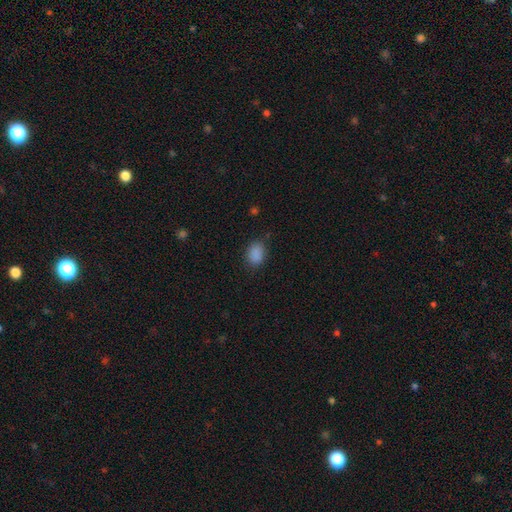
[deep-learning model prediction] Morphology: type=smooth (87%); roundness=in between (76%); merging=none (79%).